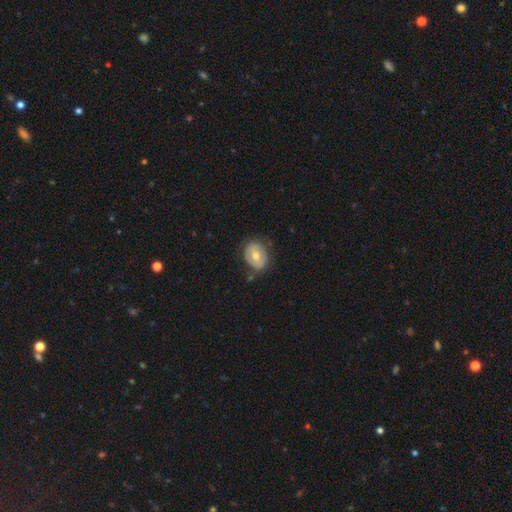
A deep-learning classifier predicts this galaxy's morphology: Smooth or featured: smooth — 52% (featured or disk — 39%)
How rounded: in between — 55% (round — 44%)
Merging: none — 71% (minor disturbance — 20%)